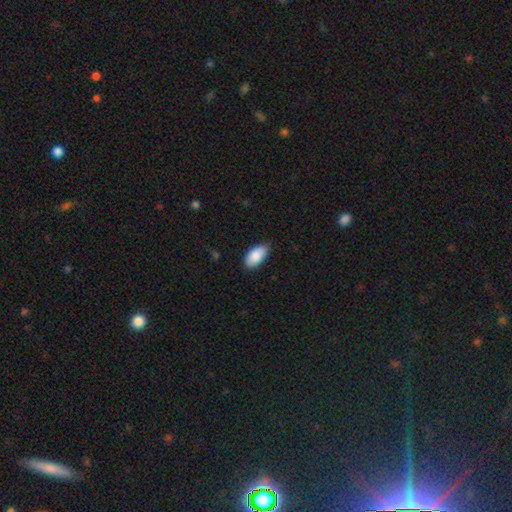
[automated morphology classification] Smooth or featured: smooth — 87% (featured or disk — 7%)
How rounded: in between — 94% (cigar-shaped — 3%)
Merging: none — 82% (minor disturbance — 15%)